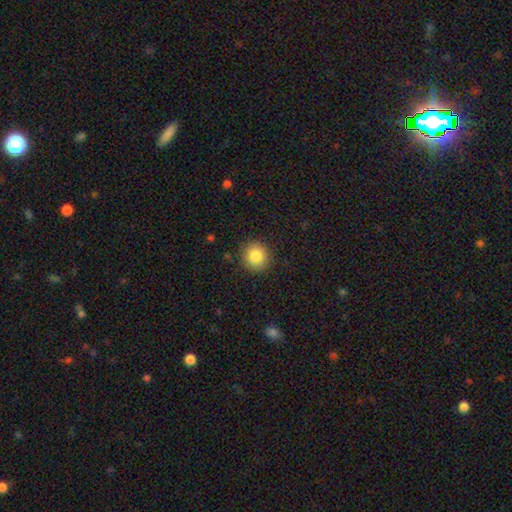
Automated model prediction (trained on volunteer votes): smooth 85%, star or artifact 9%, featured or disk 6%. Down the decision tree: how rounded — round (89%); merging — none (89%).